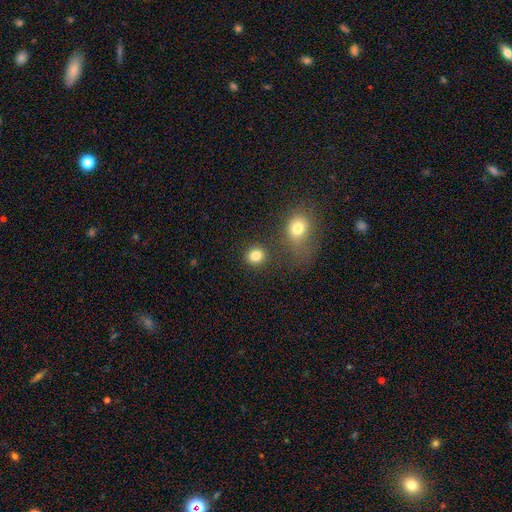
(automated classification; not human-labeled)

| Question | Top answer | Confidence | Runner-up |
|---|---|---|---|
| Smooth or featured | smooth | 83% | star or artifact (12%) |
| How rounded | round | 81% | in between (18%) |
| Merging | none | 81% | minor disturbance (8%) |